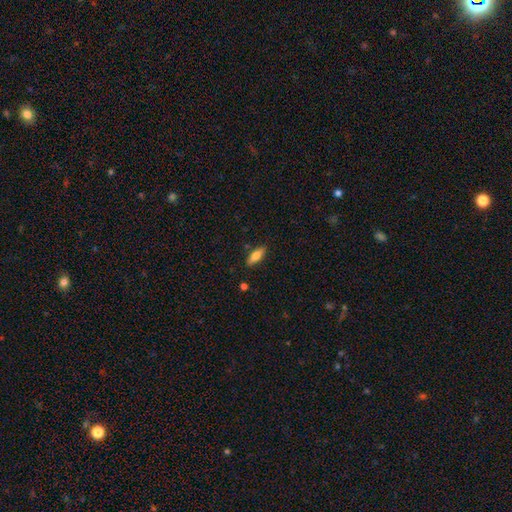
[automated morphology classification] Smooth or featured? smooth (76%)
How rounded? in between (65%)
Merging? none (85%)